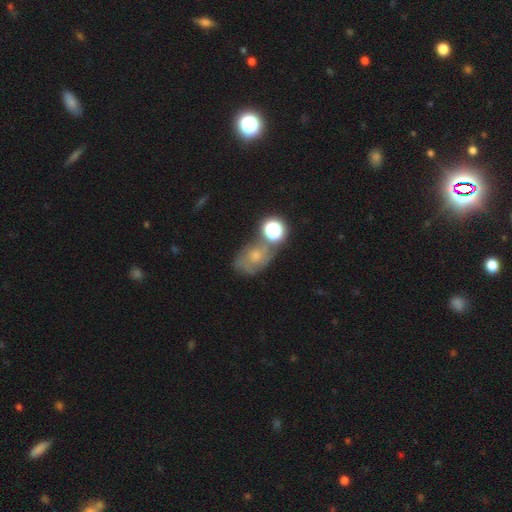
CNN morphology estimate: smooth-or-featured: smooth: 42% | featured or disk: 37% | star or artifact: 21%
  merging: none: 45% | minor disturbance: 22% | merger: 20% | major disturbance: 13%